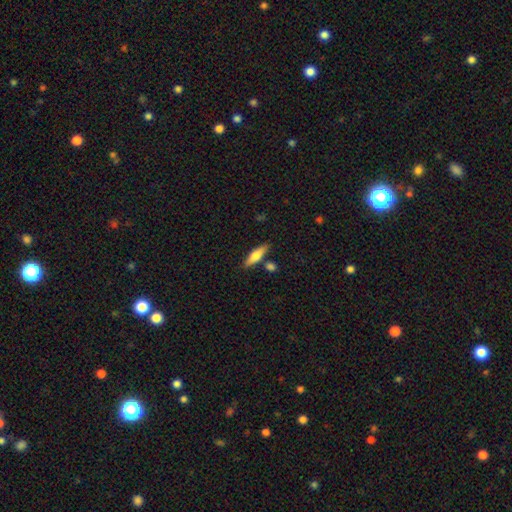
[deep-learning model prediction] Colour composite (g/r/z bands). It shows a smooth galaxy with no disk features (65%) that is cigar-shaped (62%). Merging: none (79%).